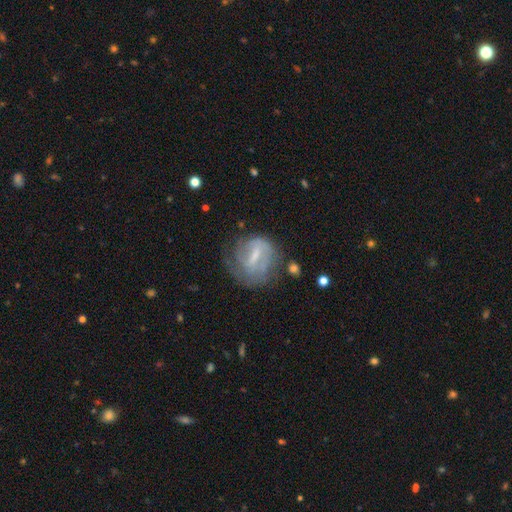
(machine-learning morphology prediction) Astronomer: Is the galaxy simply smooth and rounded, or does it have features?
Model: featured or disk — 66%.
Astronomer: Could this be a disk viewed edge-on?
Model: no — 95%.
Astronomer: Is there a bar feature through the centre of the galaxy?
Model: weak — 46% (runner-up: strong, 41%).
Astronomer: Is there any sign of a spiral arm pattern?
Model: yes — 68%.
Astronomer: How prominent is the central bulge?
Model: small — 42% (runner-up: moderate, 29%).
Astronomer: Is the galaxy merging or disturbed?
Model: none — 55%.